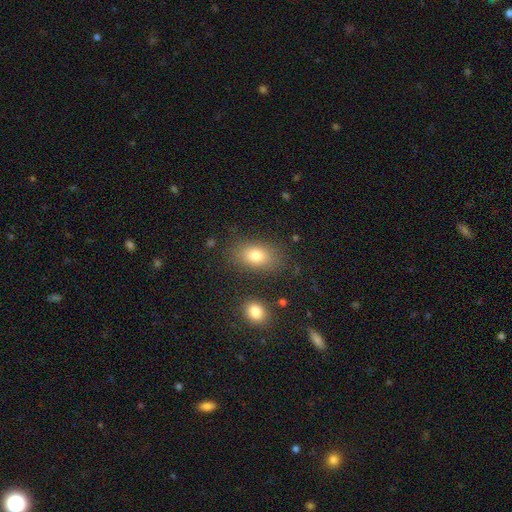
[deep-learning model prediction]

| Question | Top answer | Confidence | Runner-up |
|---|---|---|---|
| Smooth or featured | smooth | 79% | featured or disk (11%) |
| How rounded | in between | 85% | round (13%) |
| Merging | none | 81% | minor disturbance (12%) |